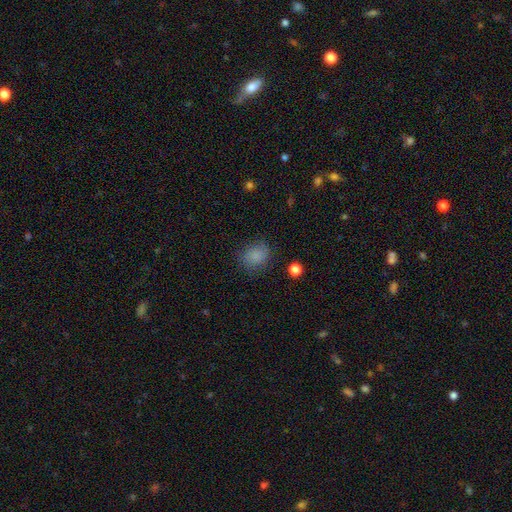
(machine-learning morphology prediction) Overall: smooth (83%). How rounded: round (60%; in between 39%). Merging: none (78%).